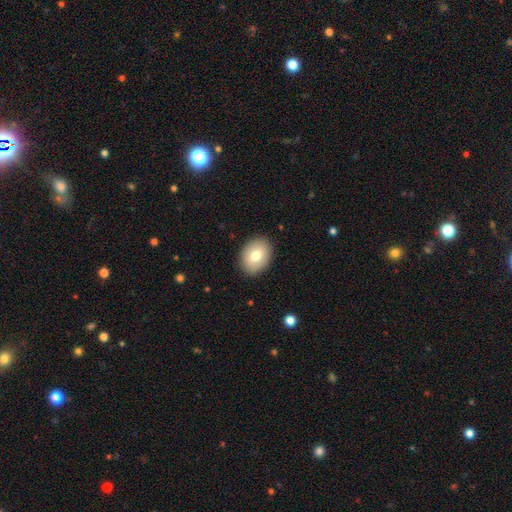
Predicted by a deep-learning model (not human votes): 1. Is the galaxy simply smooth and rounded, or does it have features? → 75% smooth, 17% featured or disk, 7% star or artifact.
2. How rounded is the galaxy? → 72% in between, 27% round, 1% cigar-shaped.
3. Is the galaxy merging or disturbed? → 89% none, 8% minor disturbance, 2% major disturbance, 1% merger.